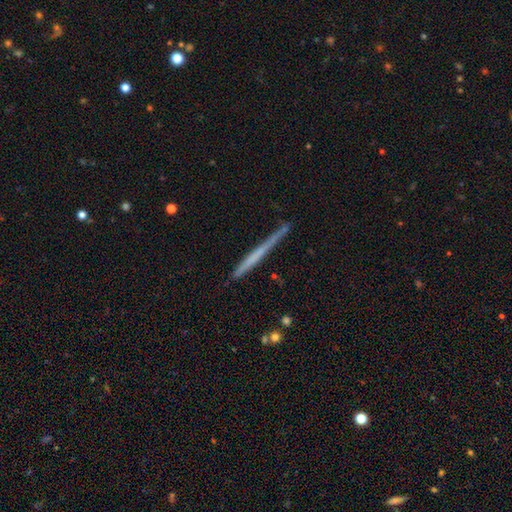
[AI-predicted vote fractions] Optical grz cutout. It shows a featured or disk galaxy (48%). Merging: none (83%).